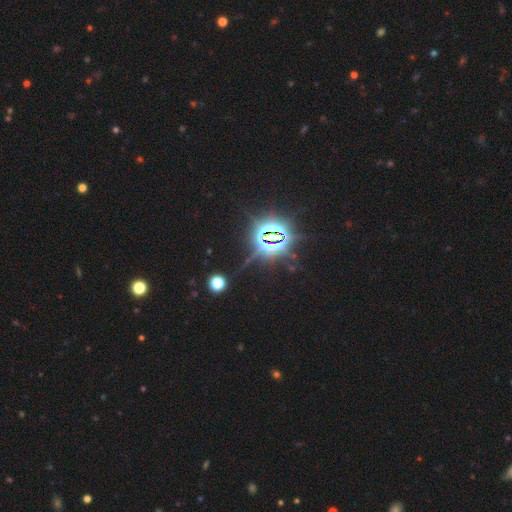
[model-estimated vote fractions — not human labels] A star or artifact, not a galaxy (85%).